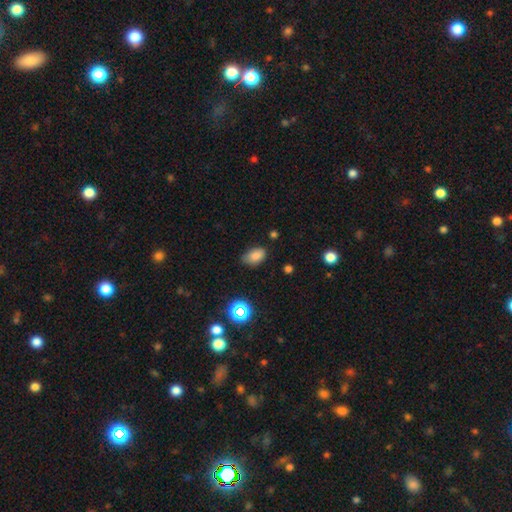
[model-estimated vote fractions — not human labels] This is clearly a smooth galaxy (81%). How rounded: clearly in between (89%). Merging: likely none (74%).